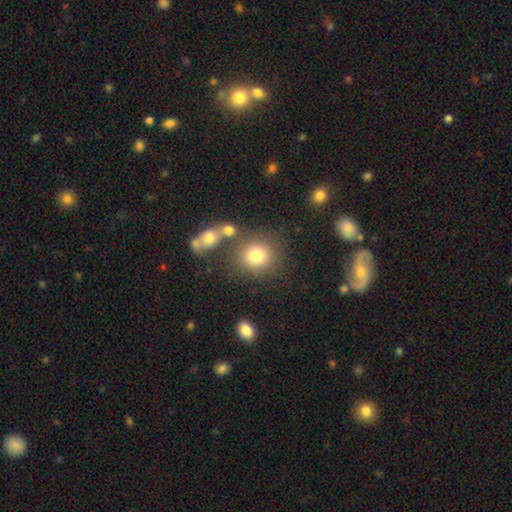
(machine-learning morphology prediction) smooth-or-featured: smooth: 74% | star or artifact: 14% | featured or disk: 12%
  how-rounded: round: 84% | in between: 15% | cigar-shaped: 1%
  merging: none: 74% | minor disturbance: 11% | merger: 11% | major disturbance: 5%